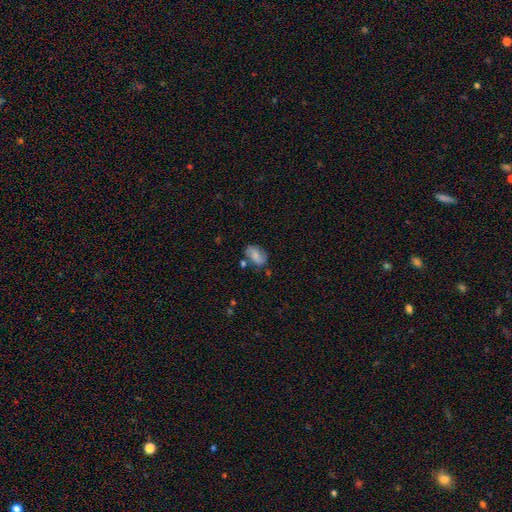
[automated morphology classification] A smooth galaxy with no disk features (48%). Merging: none (65%).